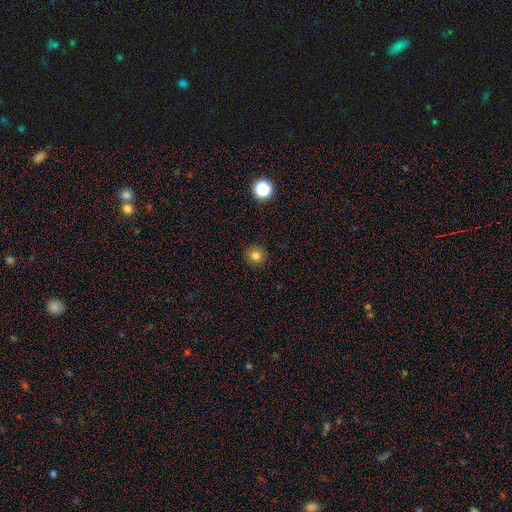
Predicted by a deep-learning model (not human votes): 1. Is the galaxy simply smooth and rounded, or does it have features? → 80% smooth, 14% star or artifact, 7% featured or disk.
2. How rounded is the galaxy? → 91% round, 8% in between, 1% cigar-shaped.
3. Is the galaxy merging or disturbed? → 91% none, 6% minor disturbance, 2% major disturbance, 1% merger.